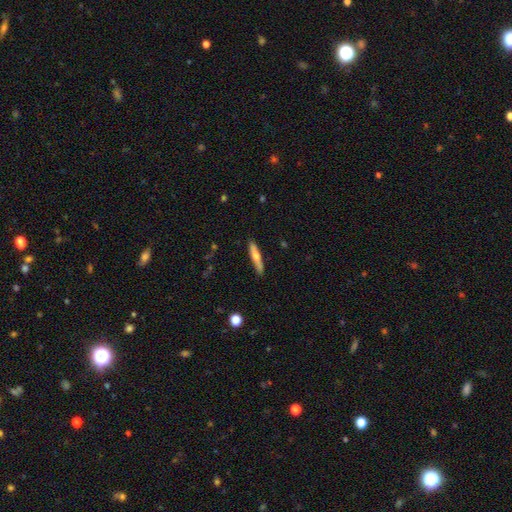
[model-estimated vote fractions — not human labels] Morphology: type=smooth (50%); roundness=cigar-shaped (88%); merging=none (87%).